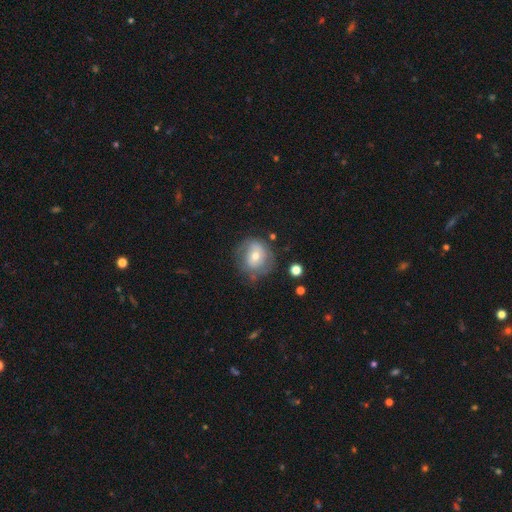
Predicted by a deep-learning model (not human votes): Smooth or featured? featured or disk (46%)
Merging? none (59%)